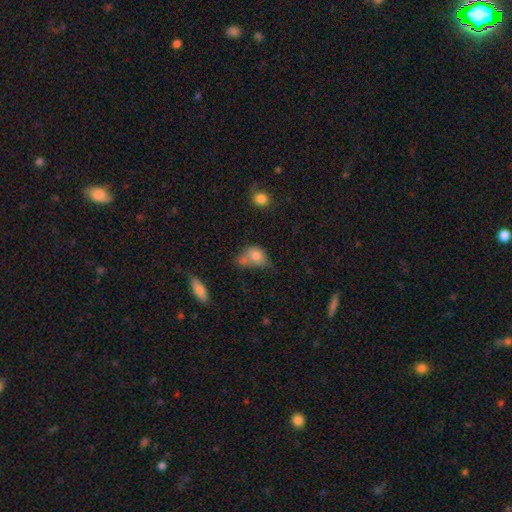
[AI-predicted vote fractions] smooth 75%, featured or disk 15%, star or artifact 10%. Down the decision tree: how rounded — in between (65%); merging — merger (36%).